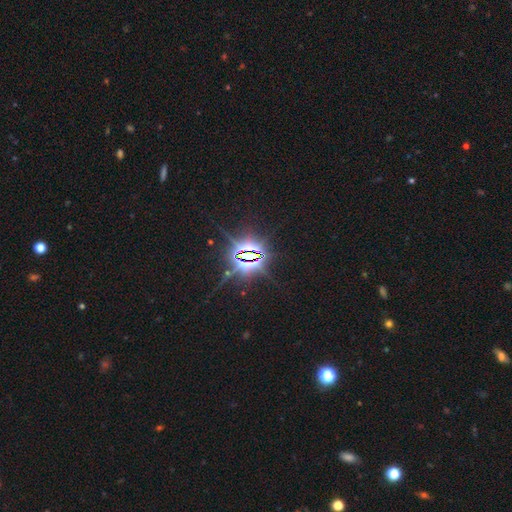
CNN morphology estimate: Q: Smooth or featured?
A: star or artifact (86%); runner-up: smooth (7%)